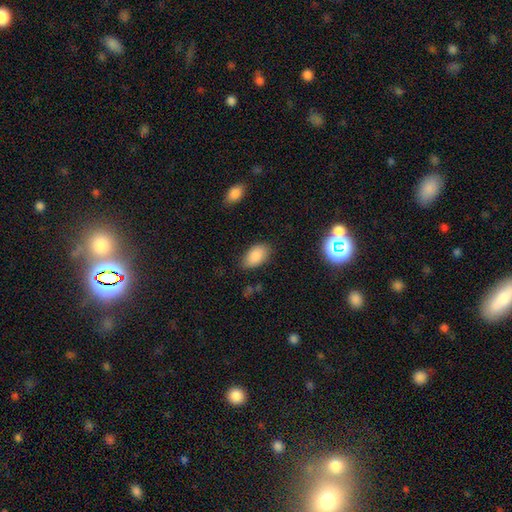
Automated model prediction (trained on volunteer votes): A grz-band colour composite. It shows a smooth galaxy with no disk features (86%) that is in between round and cigar-shaped (93%). Merging: none (81%).